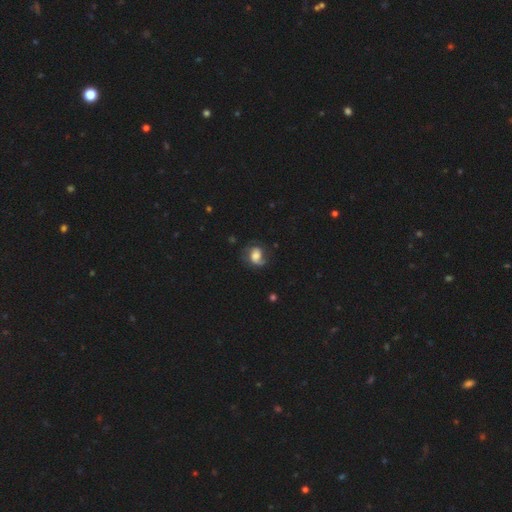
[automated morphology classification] type=featured or disk (56%); edge-on=no (97%); bar=no (55%); spiral arms=yes (86%); bulge=large (40%); merging=none (54%).